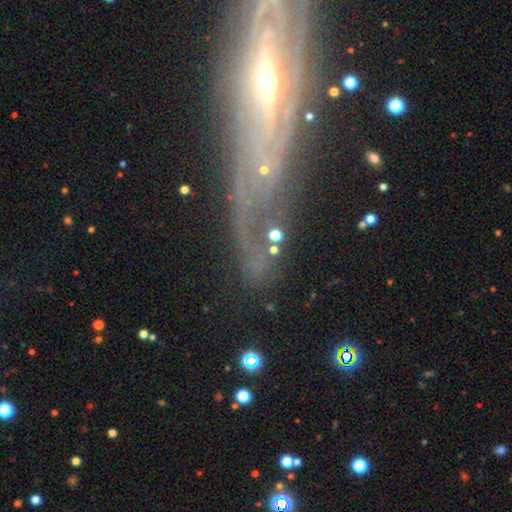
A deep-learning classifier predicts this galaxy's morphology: type=featured or disk (55%); edge-on=no (57%); merging=none (61%).